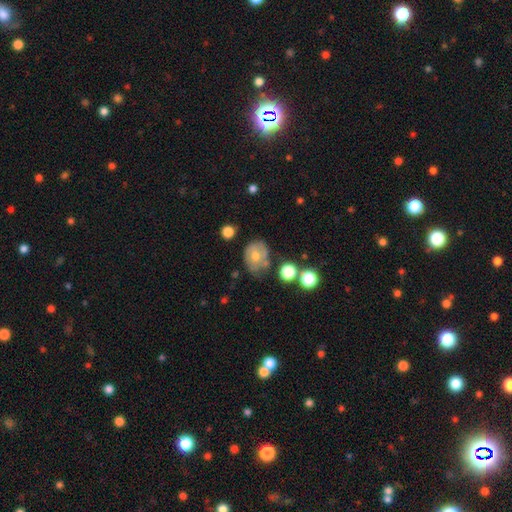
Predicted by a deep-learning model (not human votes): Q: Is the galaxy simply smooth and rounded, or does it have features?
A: smooth — 55%.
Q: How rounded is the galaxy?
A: in between — 51%.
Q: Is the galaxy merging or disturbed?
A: none — 55%.